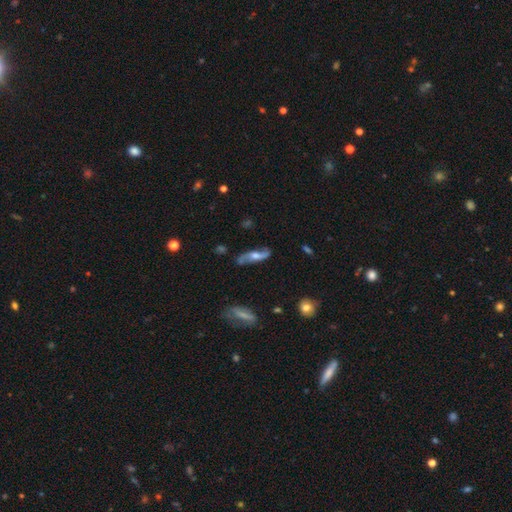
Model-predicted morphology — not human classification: Smooth or featured: featured or disk — 71% (smooth — 23%)
Edge-on disk: no — 76% (yes — 24%)
Bar: no — 56% (weak — 33%)
Spiral arms: yes — 90% (no — 10%)
Bulge size: moderate — 61% (small — 19%)
Merging: none — 75% (minor disturbance — 17%)